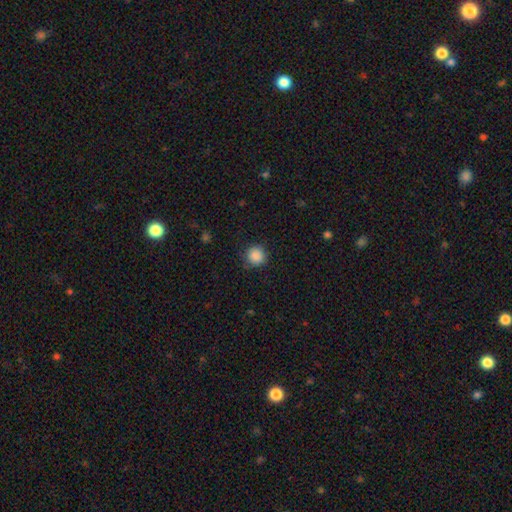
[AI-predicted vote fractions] A smooth galaxy with no disk features (88%) that is round (94%).

Vote fractions:
- Smooth or featured? smooth: 88% / star or artifact: 10% / featured or disk: 3%
- How rounded? round: 94% / in between: 5% / cigar-shaped: 1%
- Merging? none: 87% / minor disturbance: 9% / major disturbance: 3% / merger: 1%